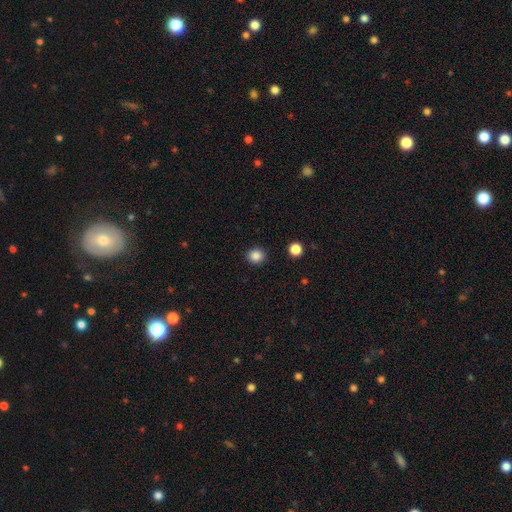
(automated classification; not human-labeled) smooth-or-featured: smooth: 86% | star or artifact: 11% | featured or disk: 3%
  how-rounded: round: 85% | in between: 14% | cigar-shaped: 1%
  merging: none: 91% | minor disturbance: 6% | major disturbance: 2% | merger: 2%